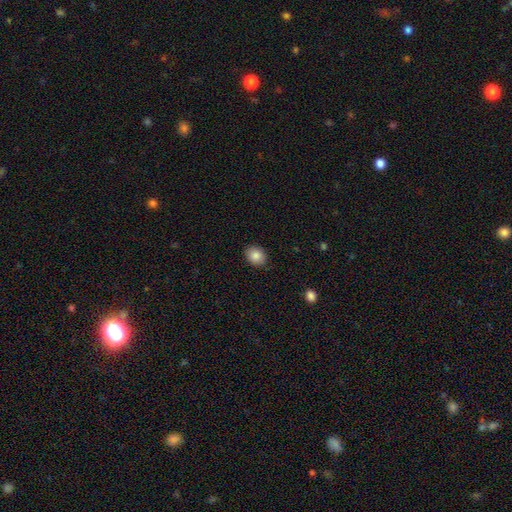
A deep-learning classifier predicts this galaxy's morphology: A smooth galaxy with no disk features (86%) that is round (50%). Merging: none (87%).